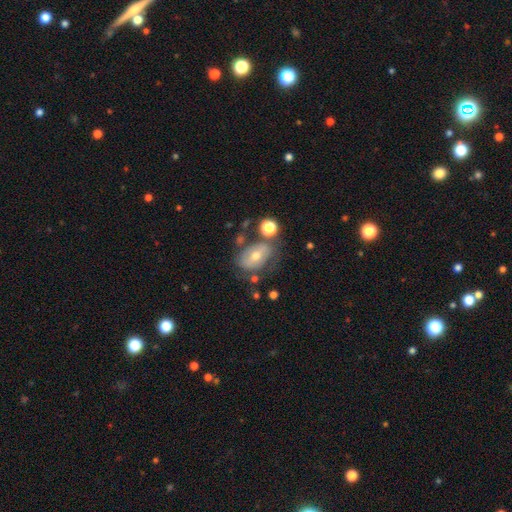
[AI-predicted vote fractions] Smooth or featured: featured or disk — 47% (smooth — 43%)
Merging: none — 52% (minor disturbance — 23%)